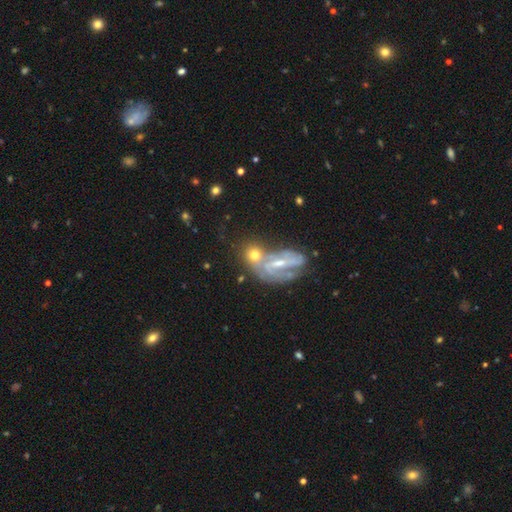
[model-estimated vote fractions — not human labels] This is likely a featured or disk galaxy (61%). It is clearly not viewed edge-on (89%). Bar: marginally weak (37%). Spiral arm pattern: likely yes (71%). Central bulge: possibly small (52%). Merging: marginally merger (39%).